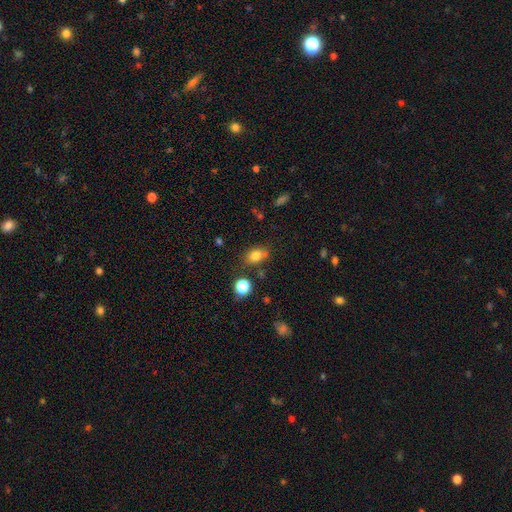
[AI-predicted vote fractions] A smooth galaxy with no disk features (78%) that is in between round and cigar-shaped (75%).

Vote fractions:
- Smooth or featured? smooth: 78% / star or artifact: 12% / featured or disk: 9%
- How rounded? in between: 75% / round: 23% / cigar-shaped: 2%
- Merging? none: 73% / minor disturbance: 17% / merger: 6% / major disturbance: 4%